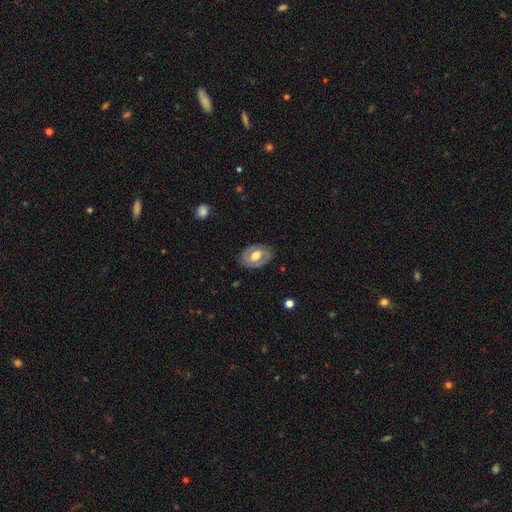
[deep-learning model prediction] Q: Smooth or featured?
A: featured or disk (64%); runner-up: smooth (31%)
Q: Edge-on disk?
A: no (94%); runner-up: yes (6%)
Q: Bar?
A: no (44%); runner-up: weak (39%)
Q: Spiral arms?
A: yes (59%); runner-up: no (41%)
Q: Bulge size?
A: moderate (68%); runner-up: large (21%)
Q: Merging?
A: none (80%); runner-up: minor disturbance (15%)